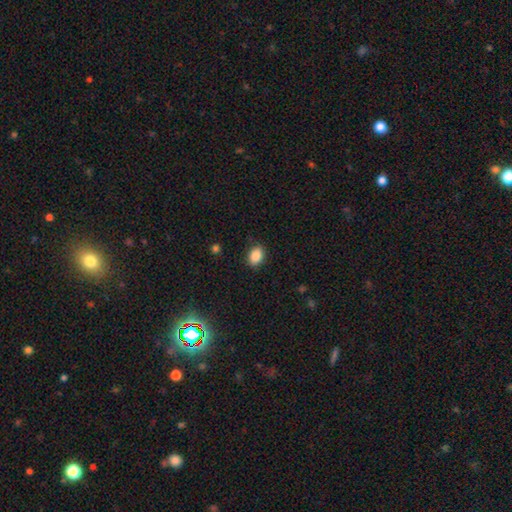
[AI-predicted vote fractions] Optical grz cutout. It shows a smooth galaxy with no disk features (87%) that is in between round and cigar-shaped (78%). Merging: none (87%).